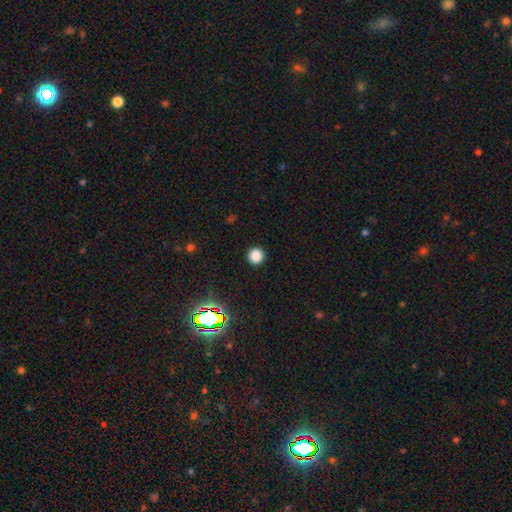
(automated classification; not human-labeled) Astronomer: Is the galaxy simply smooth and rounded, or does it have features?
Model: smooth — 83%.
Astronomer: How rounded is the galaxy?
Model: round — 95%.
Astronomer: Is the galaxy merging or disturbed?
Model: none — 92%.